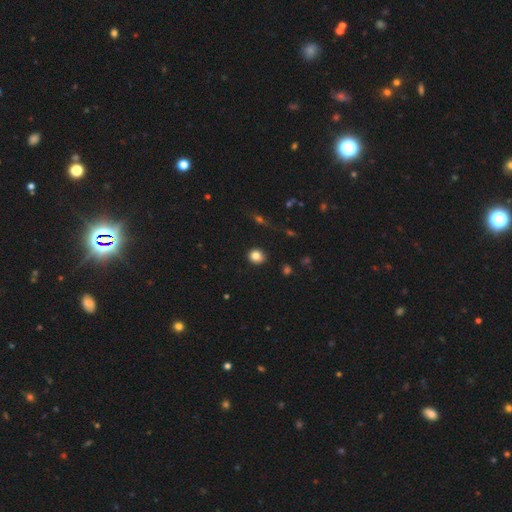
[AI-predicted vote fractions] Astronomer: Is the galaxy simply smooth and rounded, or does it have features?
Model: smooth — 83%.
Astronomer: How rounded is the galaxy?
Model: round — 79%.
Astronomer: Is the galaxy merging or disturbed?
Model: none — 89%.